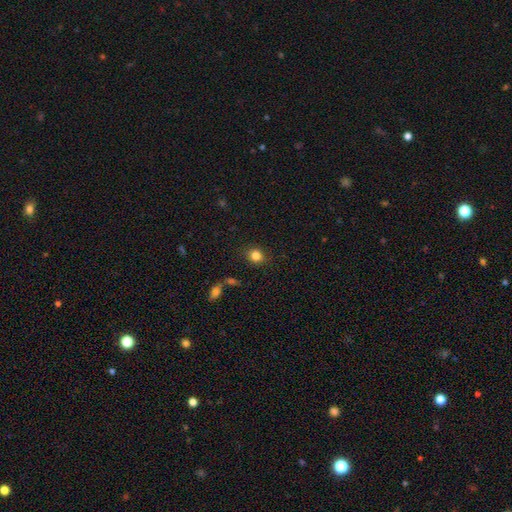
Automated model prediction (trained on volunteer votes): Overall: smooth (83%). How rounded: round (77%). Merging: none (86%).